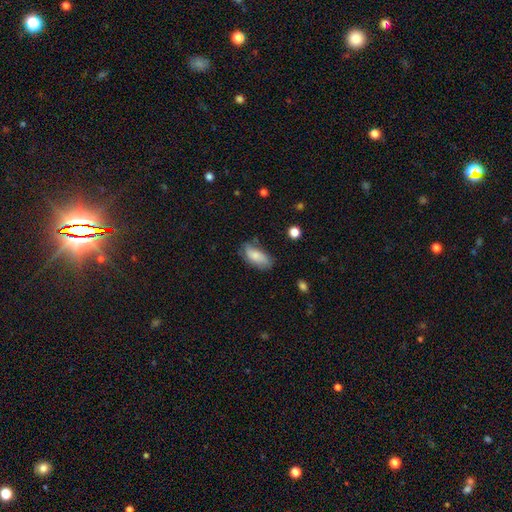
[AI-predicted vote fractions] Smooth or featured? Predicted: smooth (p=0.68). How rounded? Predicted: in between (p=0.89). Merging? Predicted: none (p=0.54).